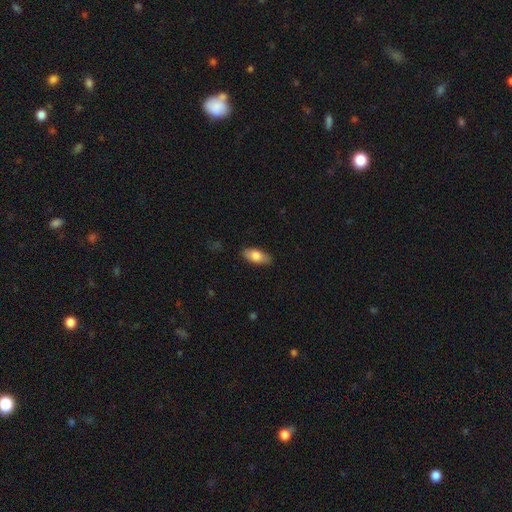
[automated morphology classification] smooth_or_featured: smooth (p=0.80) [alt: featured or disk p=0.14]
how_rounded: in between (p=0.88) [alt: cigar-shaped p=0.09]
merging: none (p=0.87) [alt: minor disturbance p=0.10]